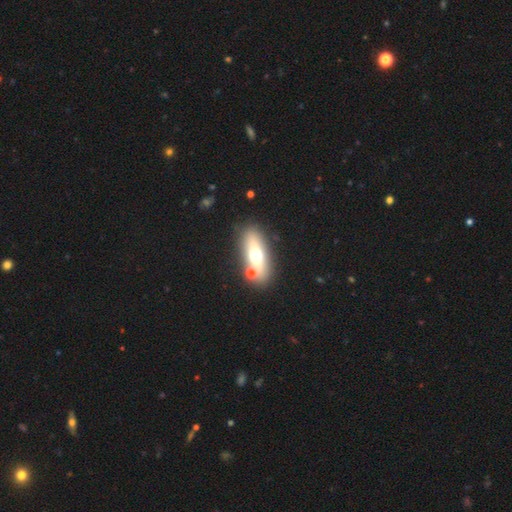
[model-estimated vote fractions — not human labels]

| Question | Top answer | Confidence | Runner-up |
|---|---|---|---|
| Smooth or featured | smooth | 53% | featured or disk (37%) |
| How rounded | in between | 64% | cigar-shaped (29%) |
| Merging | none | 76% | merger (10%) |